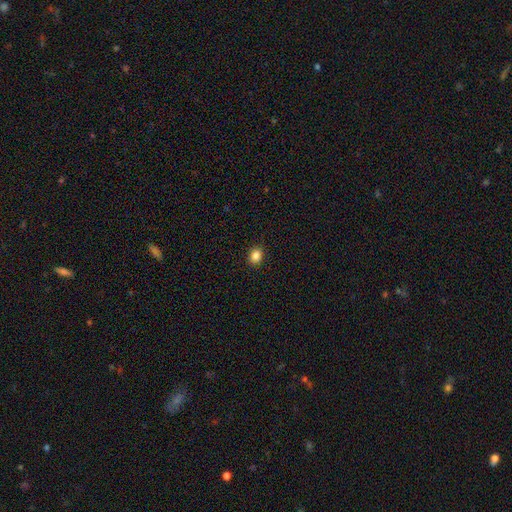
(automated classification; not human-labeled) Overall: smooth (86%). How rounded: round (57%; in between 42%). Merging: none (91%).